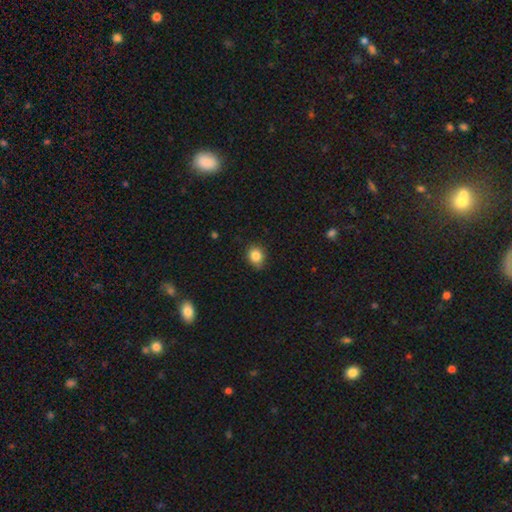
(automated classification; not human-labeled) A smooth galaxy with no disk features (85%) that is round (67%). Merging: none (79%).